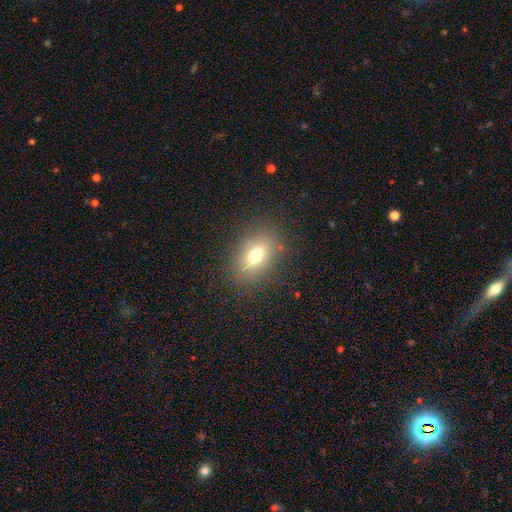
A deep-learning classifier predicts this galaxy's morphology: smooth-or-featured: smooth: 70% | featured or disk: 16% | star or artifact: 14%
  how-rounded: in between: 73% | round: 25% | cigar-shaped: 2%
  merging: none: 84% | minor disturbance: 10% | major disturbance: 5% | merger: 1%